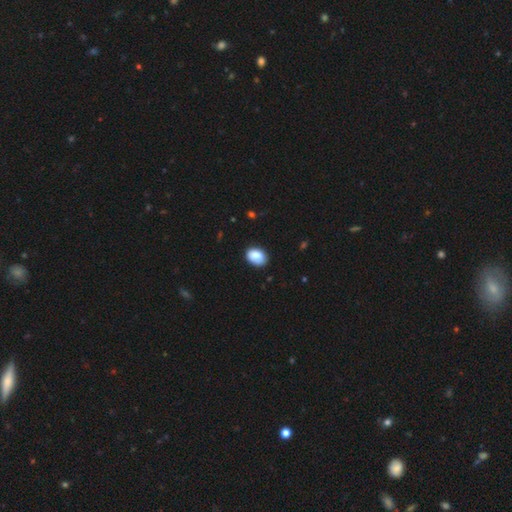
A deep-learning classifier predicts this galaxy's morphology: Overall: smooth (87%). How rounded: in between (79%). Merging: none (79%).